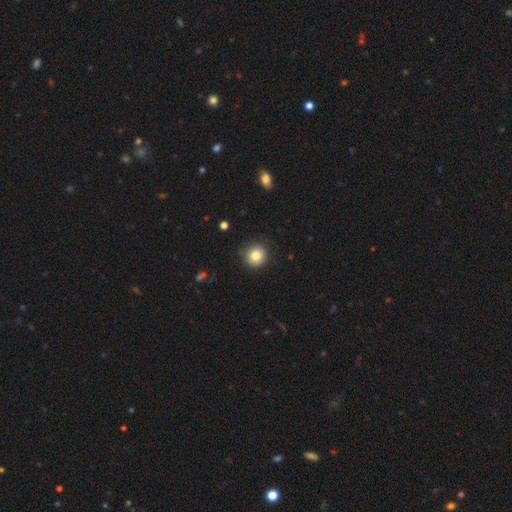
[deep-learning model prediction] This is clearly a smooth galaxy (81%). How rounded: clearly round (92%). Merging: clearly none (87%).